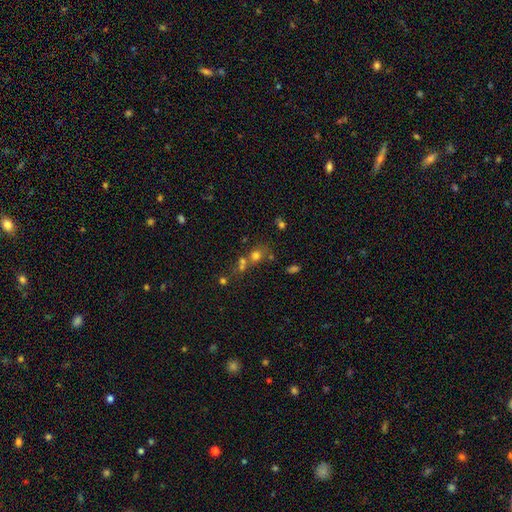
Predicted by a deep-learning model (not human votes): Overall: smooth (65%). How rounded: round (76%). Merging: merger (45%; none 41%).